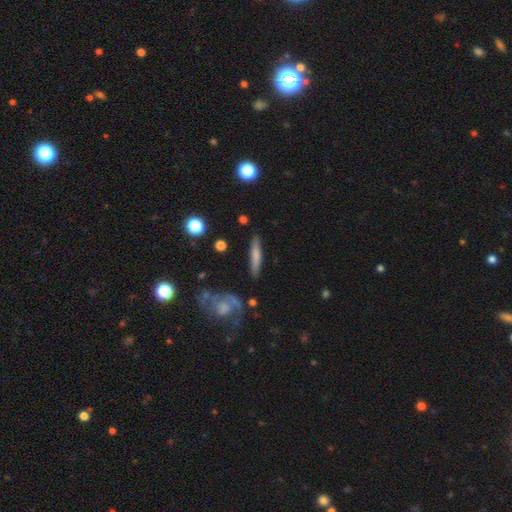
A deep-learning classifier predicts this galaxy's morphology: A smooth galaxy with no disk features (70%) that is cigar-shaped (88%).

Vote fractions:
- Smooth or featured? smooth: 70% / featured or disk: 24% / star or artifact: 6%
- How rounded? cigar-shaped: 88% / in between: 10% / round: 2%
- Merging? none: 87% / minor disturbance: 9% / merger: 2% / major disturbance: 2%